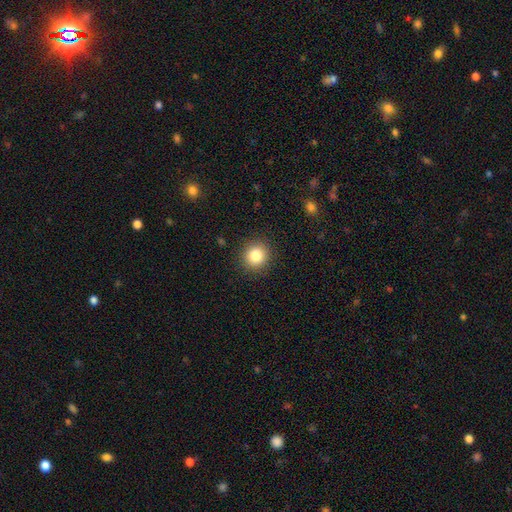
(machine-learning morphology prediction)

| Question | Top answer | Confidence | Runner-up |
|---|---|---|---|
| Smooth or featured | smooth | 83% | star or artifact (10%) |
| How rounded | round | 88% | in between (11%) |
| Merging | none | 90% | minor disturbance (6%) |